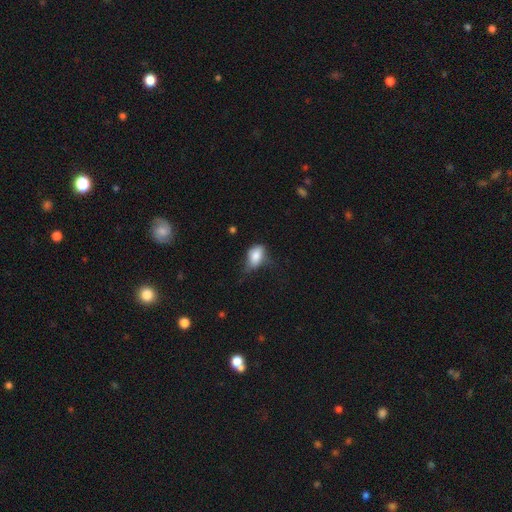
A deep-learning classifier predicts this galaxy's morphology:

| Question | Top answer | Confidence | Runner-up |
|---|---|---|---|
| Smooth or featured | smooth | 80% | featured or disk (12%) |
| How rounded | in between | 88% | round (10%) |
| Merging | minor disturbance | 41% | none (32%) |